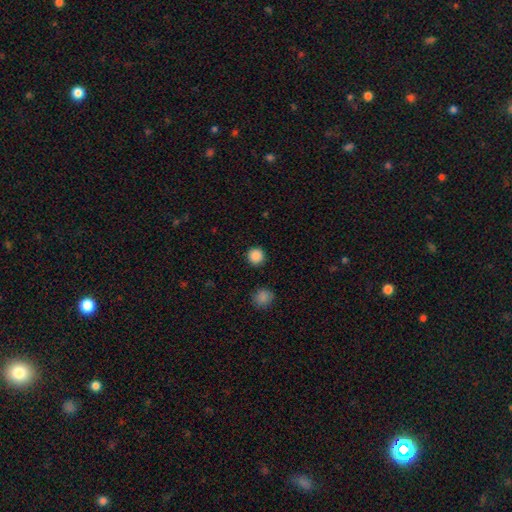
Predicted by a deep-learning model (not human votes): Morphology: type=smooth (87%); roundness=round (95%); merging=none (91%).